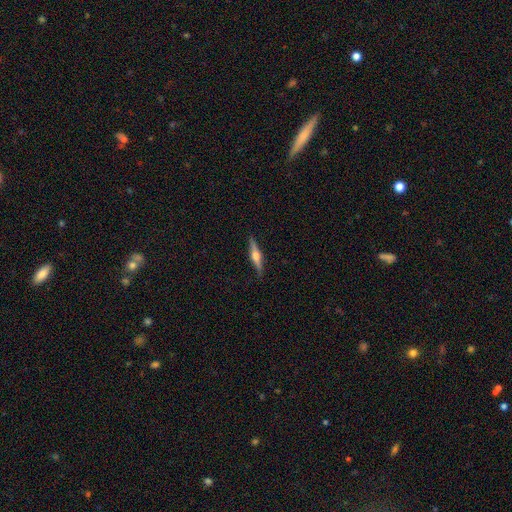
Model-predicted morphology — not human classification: This is likely a featured or disk galaxy (72%). It is clearly viewed edge-on (98%). Edge-on bulge: clearly rounded (93%). Merging: clearly none (89%).